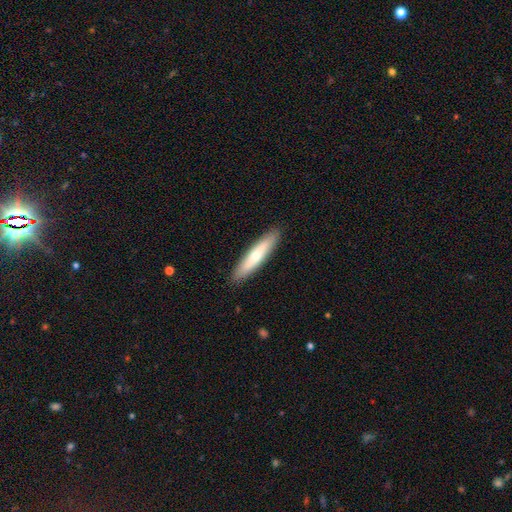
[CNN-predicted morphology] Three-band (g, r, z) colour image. It shows a smooth galaxy with no disk features (61%) that is cigar-shaped (86%). Merging: none (90%).